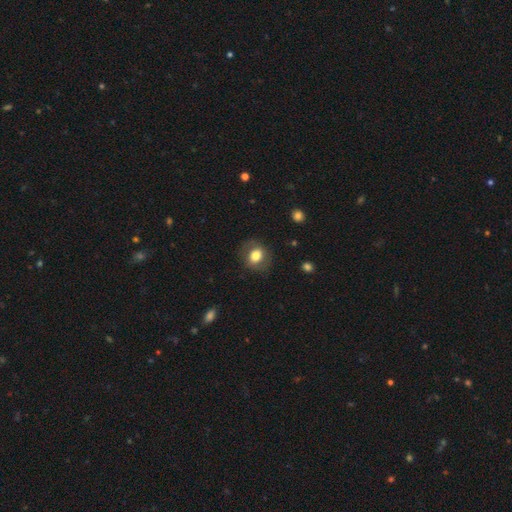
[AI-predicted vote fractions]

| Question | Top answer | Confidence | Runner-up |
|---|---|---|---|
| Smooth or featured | smooth | 73% | featured or disk (19%) |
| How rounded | round | 53% | in between (46%) |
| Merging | none | 80% | minor disturbance (13%) |